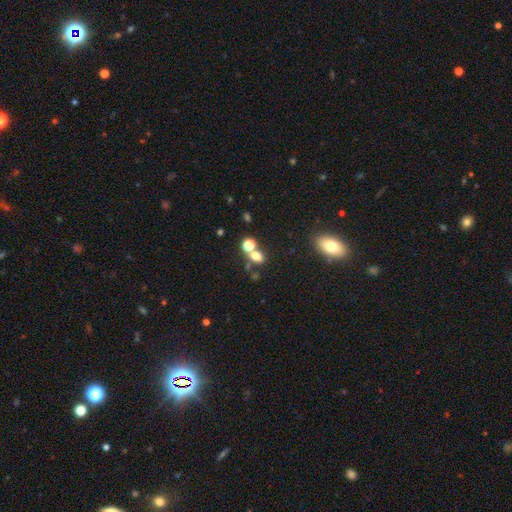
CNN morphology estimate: Q: Smooth or featured?
A: smooth (70%); runner-up: star or artifact (19%)
Q: How rounded?
A: in between (58%); runner-up: round (39%)
Q: Merging?
A: none (47%); runner-up: merger (38%)